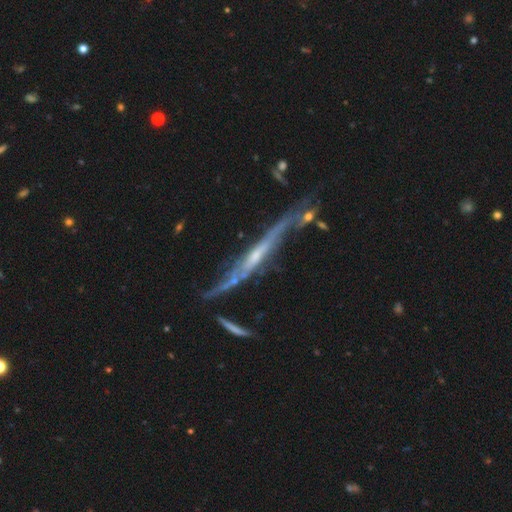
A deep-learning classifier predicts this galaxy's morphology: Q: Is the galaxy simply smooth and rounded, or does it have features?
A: featured or disk — 84%.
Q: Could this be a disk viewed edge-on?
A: yes — 88%.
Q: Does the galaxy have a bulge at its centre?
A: rounded — 57%.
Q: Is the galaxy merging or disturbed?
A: none — 58%.